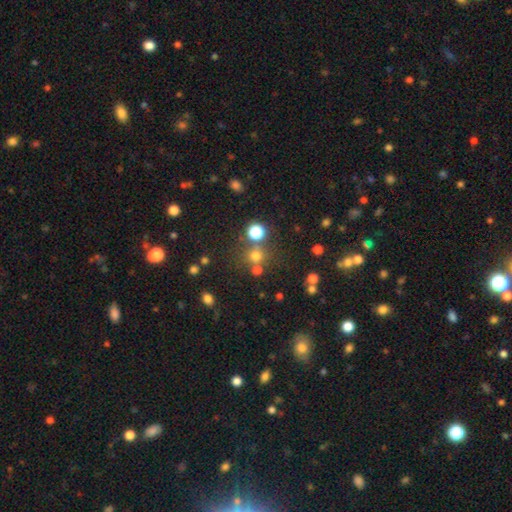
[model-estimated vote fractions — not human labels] This appears to be a smooth galaxy with no disk features (66%) that is round (89%). Merging: none (70%).